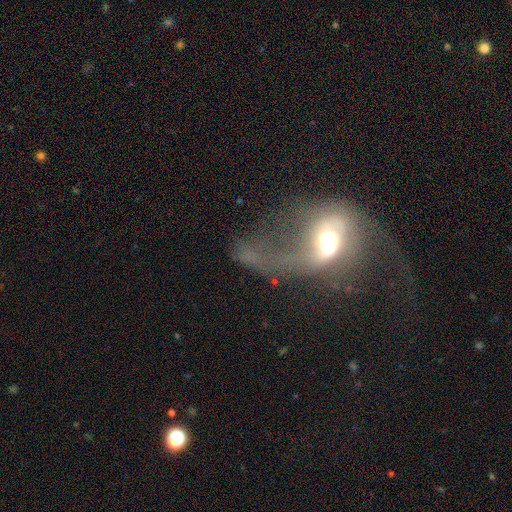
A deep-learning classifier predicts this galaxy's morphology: Smooth or featured: featured or disk — 64% (smooth — 24%)
Edge-on disk: no — 93% (yes — 7%)
Bar: no — 51% (weak — 34%)
Spiral arms: yes — 68% (no — 32%)
Bulge size: moderate — 57% (large — 21%)
Merging: major disturbance — 54% (none — 19%)